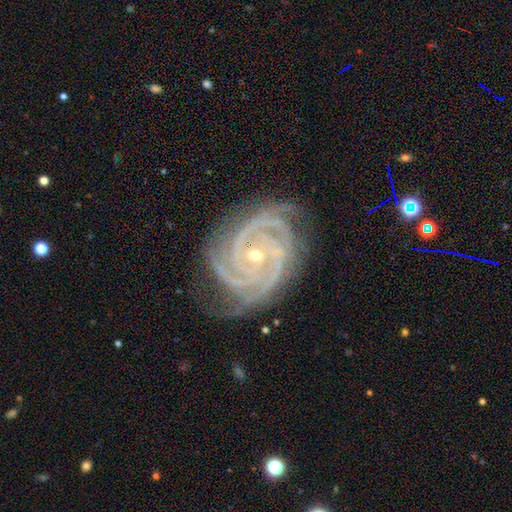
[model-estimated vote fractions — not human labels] Overall: featured or disk (93%). Edge-on disk: no (98%). Bar: no (63%). Spiral arms: yes (99%). Spiral arm count: 3 (36%; 4 31%). Spiral winding: tight (82%). Bulge size: small (64%; moderate 33%). Merging: none (77%).